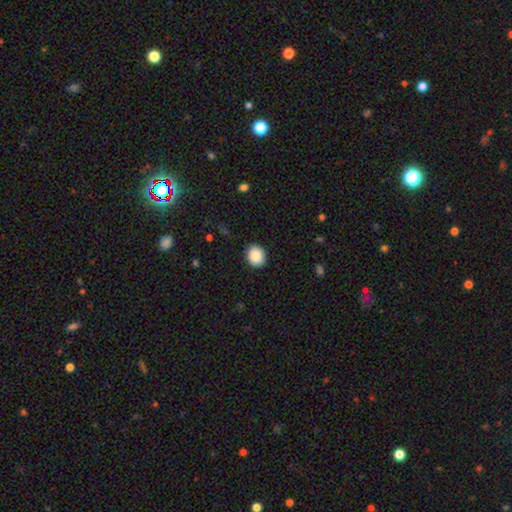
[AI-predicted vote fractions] This appears to be a smooth galaxy with no disk features (89%) that is round (71%). Merging: none (90%).